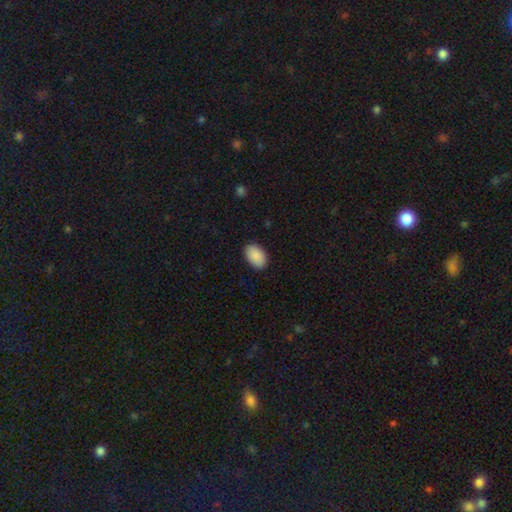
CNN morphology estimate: Smooth or featured? smooth (91%)
How rounded? in between (92%)
Merging? none (89%)